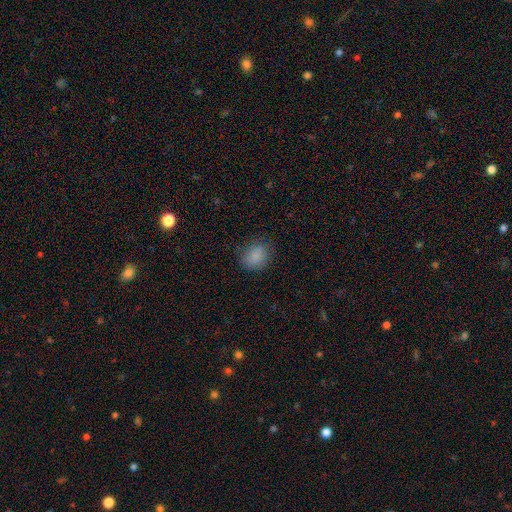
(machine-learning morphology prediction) Smooth or featured? Predicted: smooth (p=0.85). How rounded? Predicted: in between (p=0.52). Merging? Predicted: none (p=0.78).